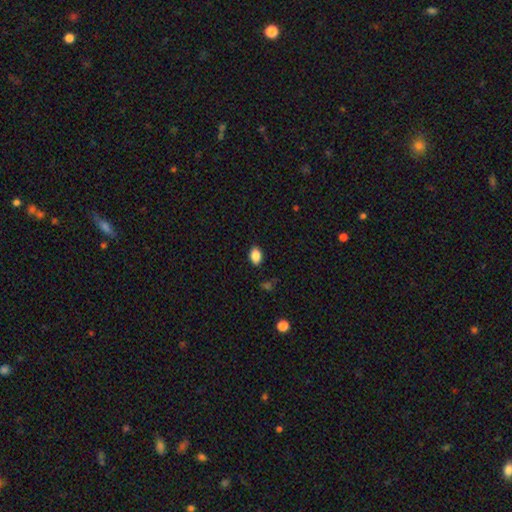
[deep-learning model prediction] A smooth galaxy with no disk features (87%) that is in between round and cigar-shaped (83%). Merging: none (87%).